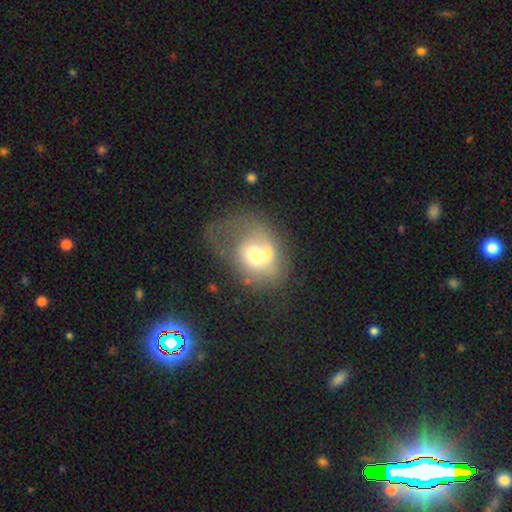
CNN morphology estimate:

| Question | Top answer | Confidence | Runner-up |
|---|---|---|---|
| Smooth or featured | smooth | 48% | featured or disk (42%) |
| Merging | merger | 30% | tied: major disturbance (30%) |